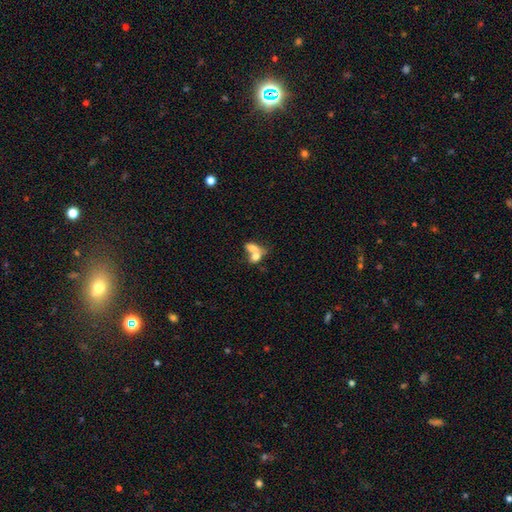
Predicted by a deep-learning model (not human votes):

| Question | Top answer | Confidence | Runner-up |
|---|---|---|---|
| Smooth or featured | smooth | 70% | featured or disk (22%) |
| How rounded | in between | 72% | round (24%) |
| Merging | merger | 72% | none (16%) |